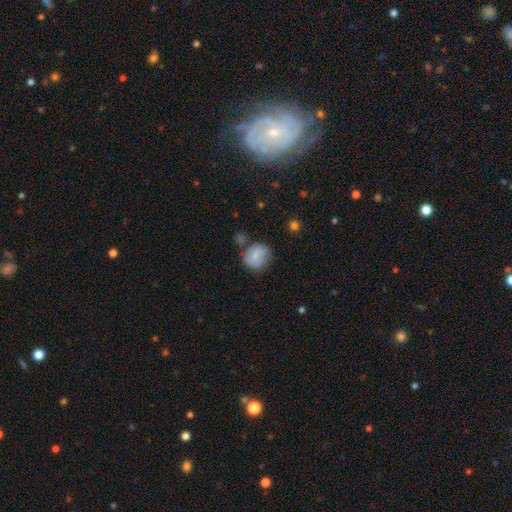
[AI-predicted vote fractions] Smooth or featured: smooth — 68% (featured or disk — 24%)
How rounded: round — 75% (in between — 24%)
Merging: none — 62% (minor disturbance — 23%)